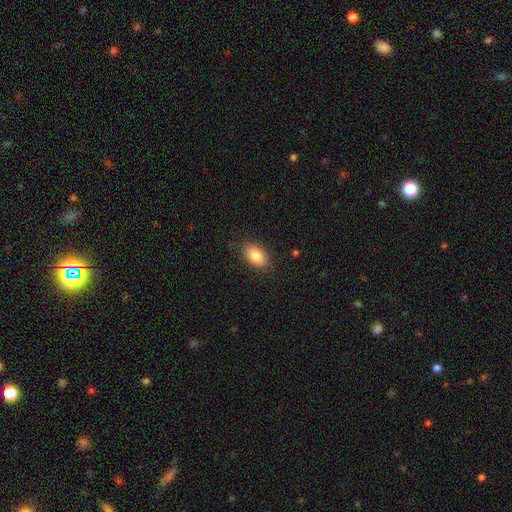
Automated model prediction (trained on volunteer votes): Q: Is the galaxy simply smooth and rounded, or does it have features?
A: smooth — 84%.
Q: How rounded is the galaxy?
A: in between — 89%.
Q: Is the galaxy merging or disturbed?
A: none — 85%.